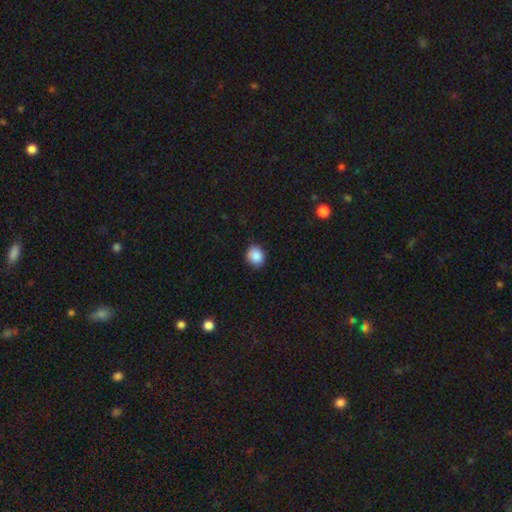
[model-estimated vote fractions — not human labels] Smooth or featured: smooth — 88% (star or artifact — 9%)
How rounded: round — 71% (in between — 28%)
Merging: none — 84% (minor disturbance — 13%)